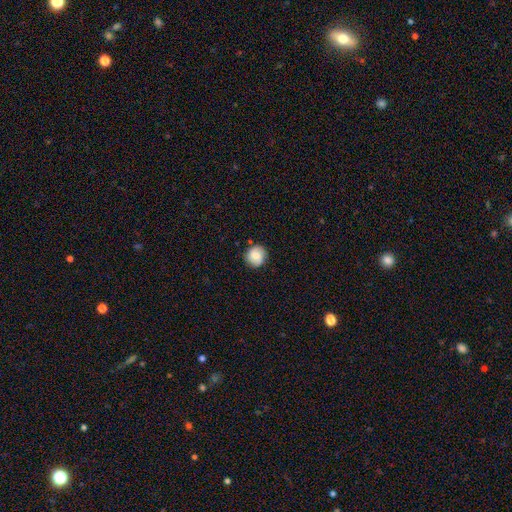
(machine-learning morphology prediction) This appears to be a smooth galaxy with no disk features (76%) that is round (90%). Merging: none (85%).